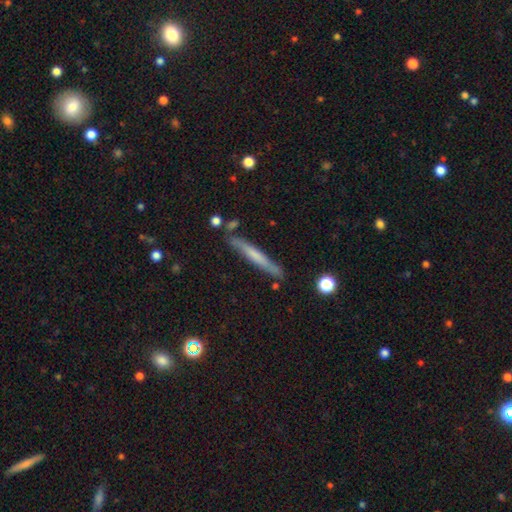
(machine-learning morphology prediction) This appears to be a smooth galaxy with no disk features (52%) that is cigar-shaped (96%). Merging: none (83%).